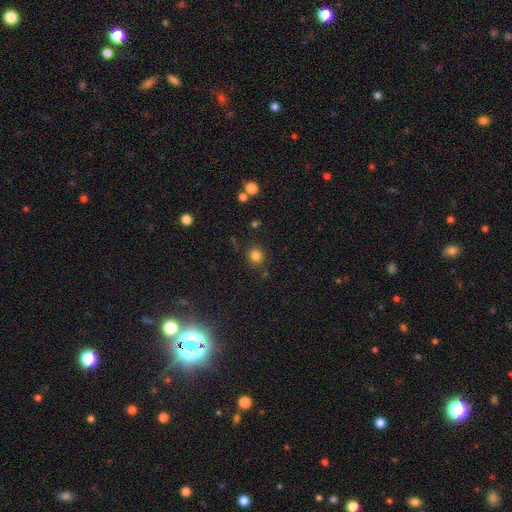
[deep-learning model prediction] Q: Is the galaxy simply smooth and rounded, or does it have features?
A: smooth — 81%.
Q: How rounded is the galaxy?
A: round — 91%.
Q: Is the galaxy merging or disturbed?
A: none — 85%.